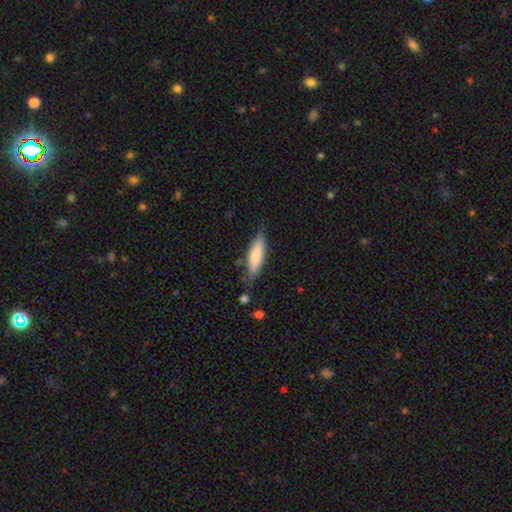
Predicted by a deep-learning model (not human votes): Smooth or featured? Predicted: smooth (p=0.73). How rounded? Predicted: cigar-shaped (p=0.53). Merging? Predicted: none (p=0.72).